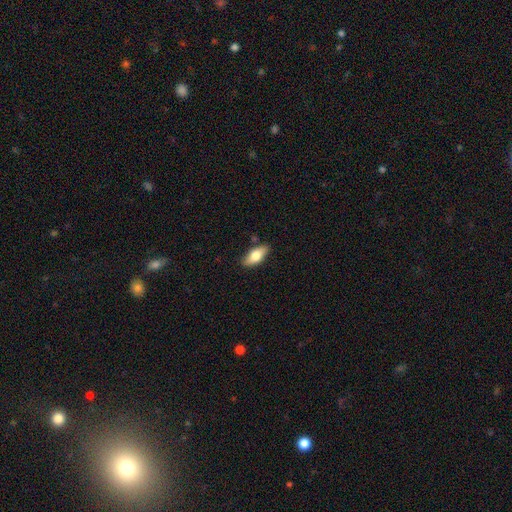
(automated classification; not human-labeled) Smooth or featured?
  - smooth: 71% *
  - featured or disk: 23%
  - star or artifact: 6%
How rounded?
  - in between: 83% *
  - cigar-shaped: 14%
  - round: 3%
Merging?
  - none: 84% *
  - minor disturbance: 12%
  - merger: 2%
  - major disturbance: 2%